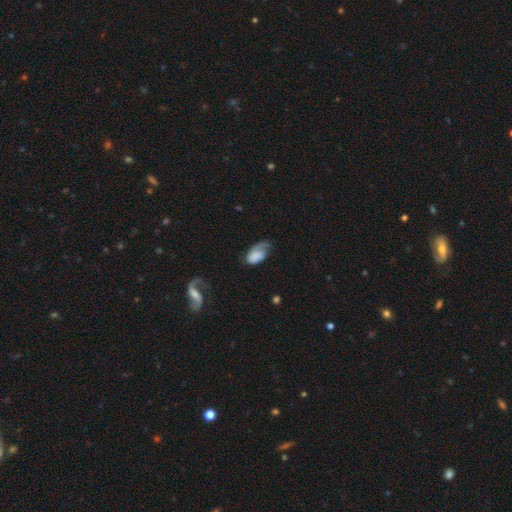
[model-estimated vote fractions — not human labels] Smooth or featured: smooth — 62% (featured or disk — 30%)
How rounded: in between — 92% (round — 6%)
Merging: minor disturbance — 34% (tied with none — 34%)